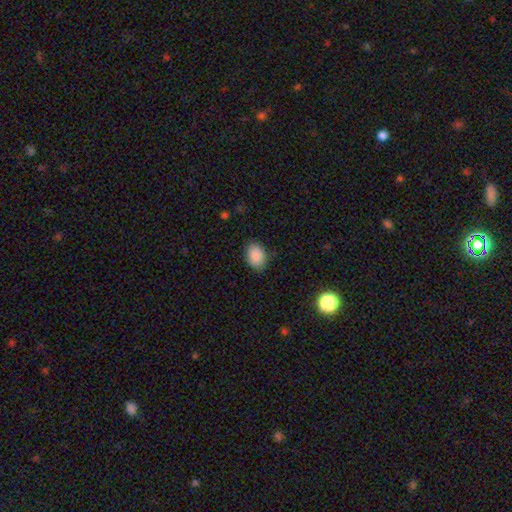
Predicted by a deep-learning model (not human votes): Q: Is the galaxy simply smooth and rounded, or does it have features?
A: smooth — 88%.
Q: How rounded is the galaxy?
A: in between — 78%.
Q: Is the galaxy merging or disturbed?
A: none — 84%.